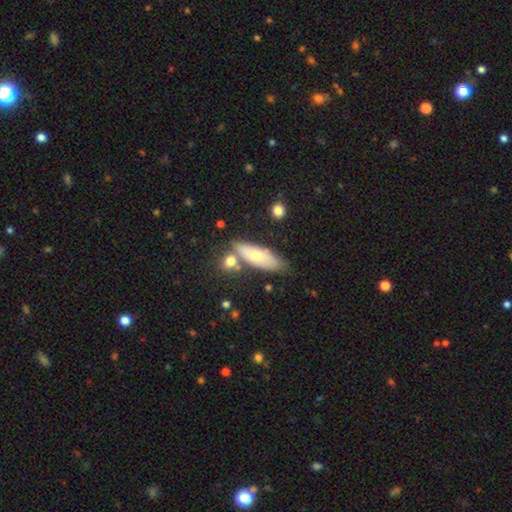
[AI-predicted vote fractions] smooth_or_featured: smooth (p=0.61) [alt: featured or disk p=0.32]
how_rounded: in between (p=0.58) [alt: cigar-shaped p=0.39]
merging: none (p=0.64) [alt: minor disturbance p=0.17]